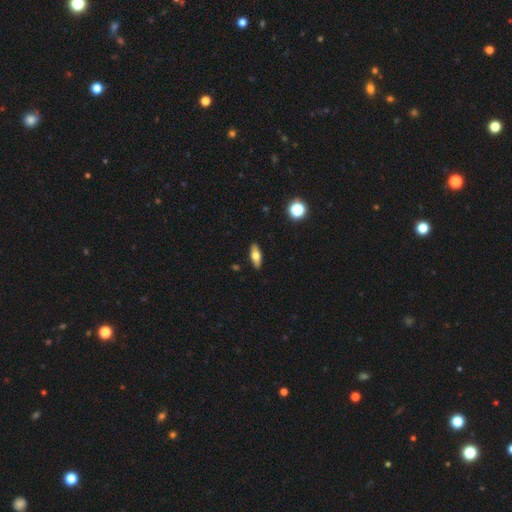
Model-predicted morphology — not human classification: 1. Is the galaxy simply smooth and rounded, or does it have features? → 62% smooth, 30% featured or disk, 7% star or artifact.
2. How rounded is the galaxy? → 71% in between, 25% cigar-shaped, 4% round.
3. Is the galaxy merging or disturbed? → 90% none, 8% minor disturbance, 2% major disturbance, 1% merger.